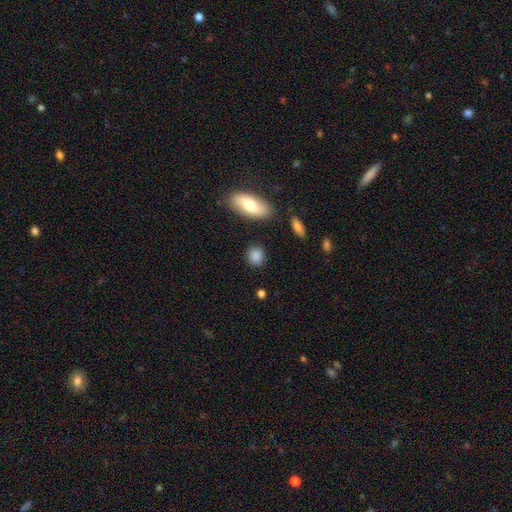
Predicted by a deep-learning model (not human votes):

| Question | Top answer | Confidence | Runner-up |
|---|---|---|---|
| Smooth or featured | smooth | 86% | star or artifact (8%) |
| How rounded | round | 64% | in between (32%) |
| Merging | none | 84% | minor disturbance (10%) |